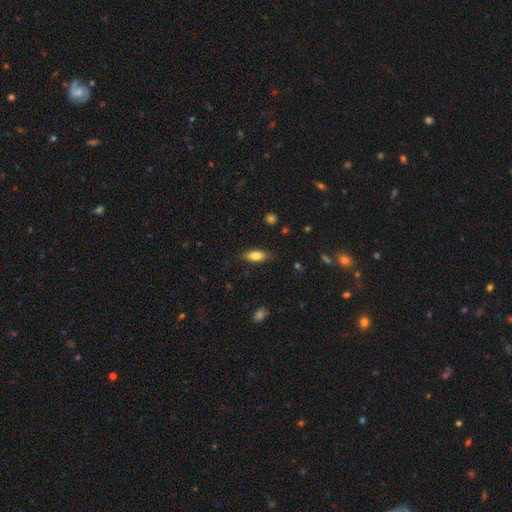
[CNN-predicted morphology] type=smooth (79%); roundness=in between (75%); merging=none (83%).